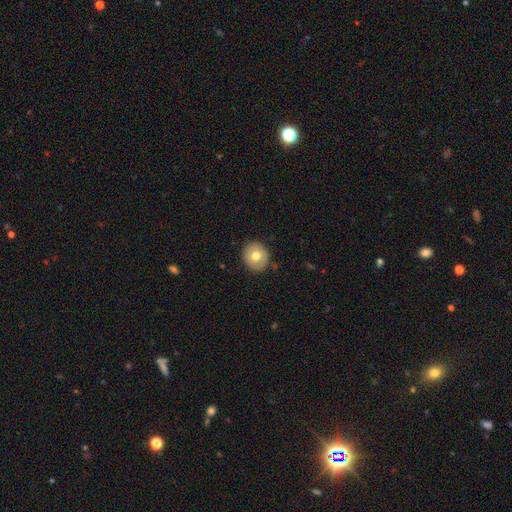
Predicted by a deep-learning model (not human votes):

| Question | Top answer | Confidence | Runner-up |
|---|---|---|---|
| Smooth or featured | smooth | 72% | featured or disk (20%) |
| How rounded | round | 81% | in between (18%) |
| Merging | none | 89% | minor disturbance (8%) |